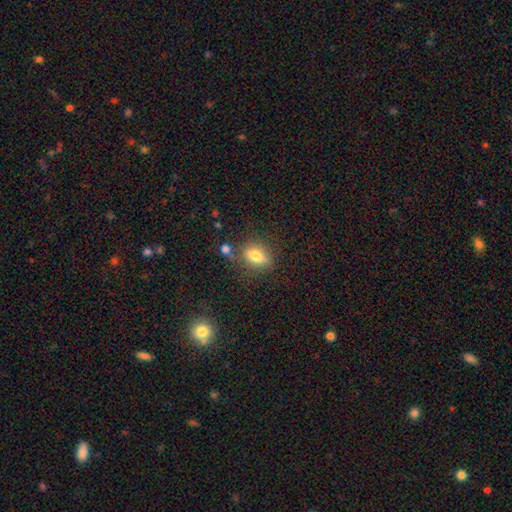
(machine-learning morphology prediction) smooth_or_featured: smooth (p=0.71) [alt: featured or disk p=0.18]
how_rounded: in between (p=0.74) [alt: round p=0.16]
merging: none (p=0.68) [alt: minor disturbance p=0.16]